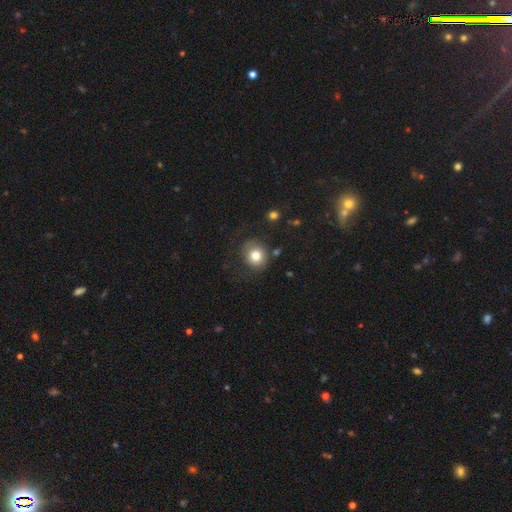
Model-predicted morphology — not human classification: The model was most divided on "how rounded": round: 76%, in between: 24%, cigar-shaped: 1%. More confident: smooth or featured — smooth (77%); merging — none (74%).